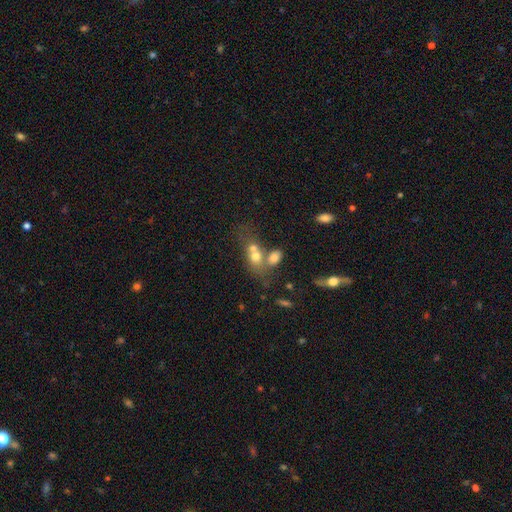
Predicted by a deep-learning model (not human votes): Smooth or featured?
  - smooth: 62% *
  - featured or disk: 24%
  - star or artifact: 14%
How rounded?
  - in between: 59% *
  - round: 36%
  - cigar-shaped: 5%
Merging?
  - merger: 60% *
  - none: 25%
  - minor disturbance: 8%
  - major disturbance: 6%